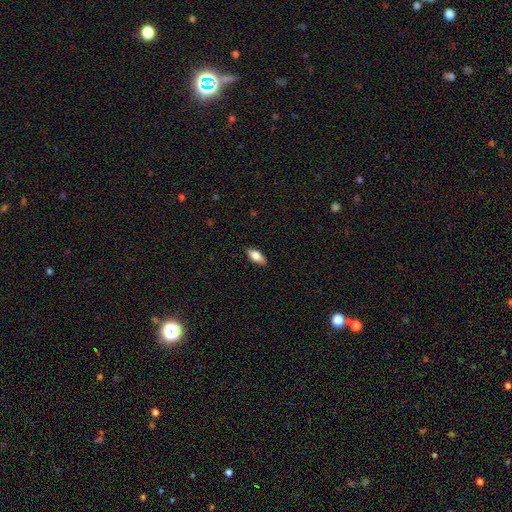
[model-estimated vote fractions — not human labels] Morphology: type=smooth (67%); roundness=in between (79%); merging=none (87%).